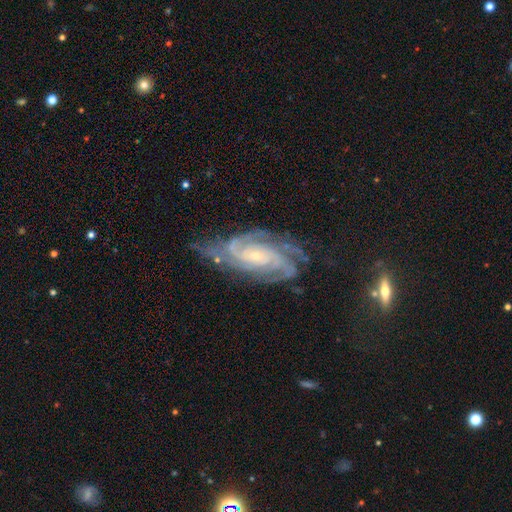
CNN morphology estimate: Overall: featured or disk (89%). Edge-on disk: no (95%). Bar: no (57%; weak 31%). Spiral arms: yes (98%). Spiral arm count: 3 (28%; 2 22%). Spiral winding: tight (63%; medium 32%). Bulge size: small (73%). Merging: none (66%).